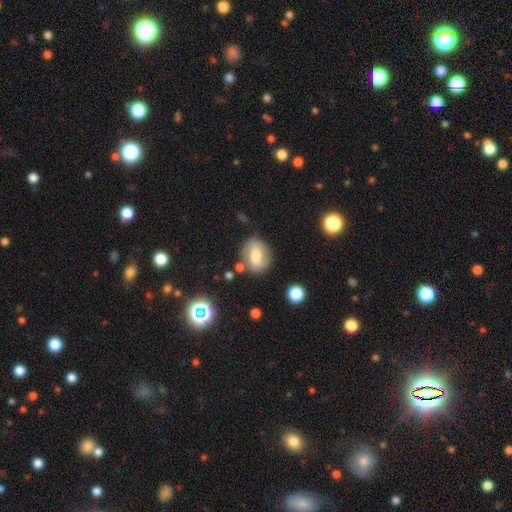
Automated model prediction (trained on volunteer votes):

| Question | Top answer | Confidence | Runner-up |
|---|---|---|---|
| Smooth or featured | smooth | 45% | tied: featured or disk (45%) |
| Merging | none | 73% | minor disturbance (17%) |